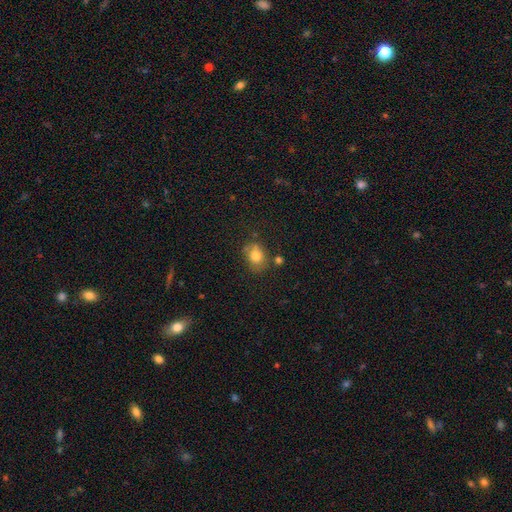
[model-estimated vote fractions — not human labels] Smooth or featured? Predicted: smooth (p=0.79). How rounded? Predicted: in between (p=0.56). Merging? Predicted: none (p=0.66).